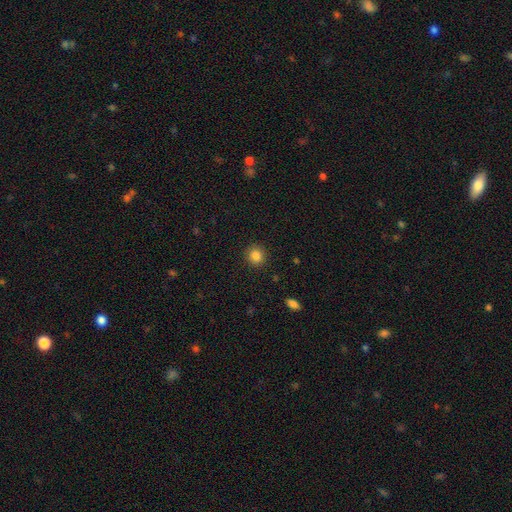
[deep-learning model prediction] This is clearly a smooth galaxy (85%). How rounded: clearly round (86%). Merging: clearly none (90%).